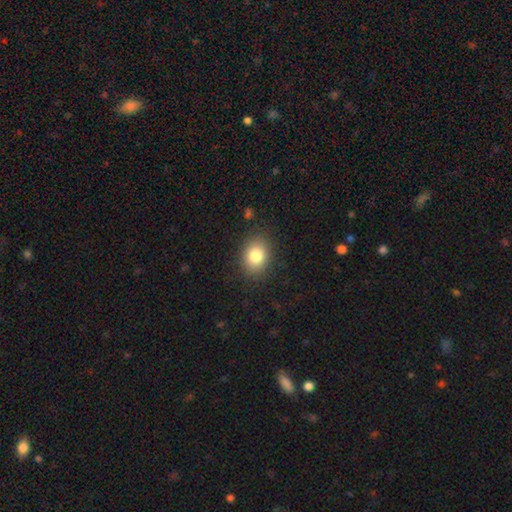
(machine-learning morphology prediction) This is clearly a smooth galaxy (81%). How rounded: possibly in between (54%). Merging: clearly none (86%).